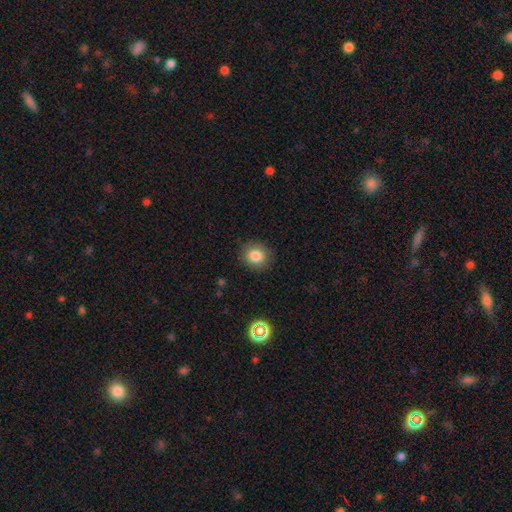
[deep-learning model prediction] smooth-or-featured: smooth: 84% | star or artifact: 10% | featured or disk: 6%
  how-rounded: round: 81% | in between: 18% | cigar-shaped: 1%
  merging: none: 88% | minor disturbance: 8% | major disturbance: 3% | merger: 1%